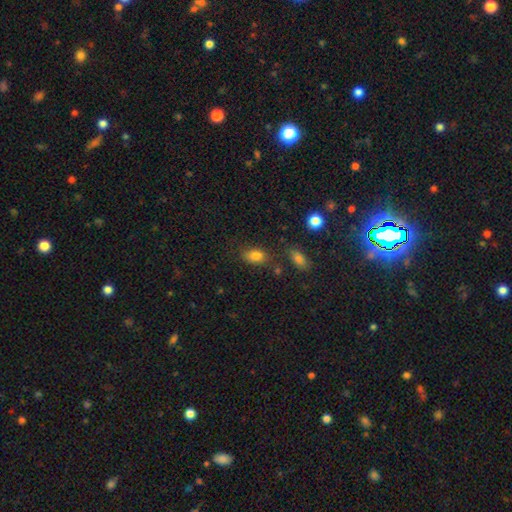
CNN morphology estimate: Smooth or featured: smooth — 82% (star or artifact — 11%)
How rounded: in between — 84% (round — 14%)
Merging: none — 69% (minor disturbance — 18%)